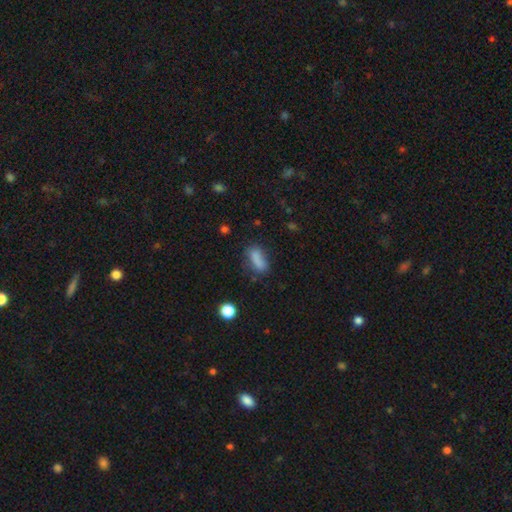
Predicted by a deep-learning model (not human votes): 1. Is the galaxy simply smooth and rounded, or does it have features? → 78% smooth, 12% star or artifact, 10% featured or disk.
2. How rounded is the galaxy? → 69% in between, 26% cigar-shaped, 5% round.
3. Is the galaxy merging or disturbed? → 60% none, 24% minor disturbance, 10% major disturbance, 7% merger.